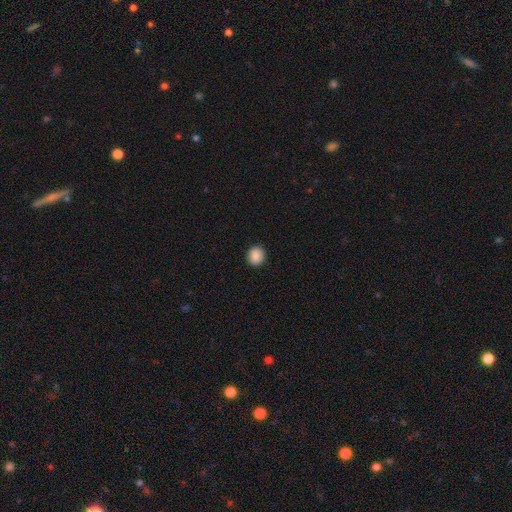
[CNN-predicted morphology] A smooth galaxy with no disk features (88%) that is round (82%).

Vote fractions:
- Smooth or featured? smooth: 88% / star or artifact: 8% / featured or disk: 3%
- How rounded? round: 82% / in between: 17% / cigar-shaped: 1%
- Merging? none: 91% / minor disturbance: 6% / major disturbance: 2% / merger: 1%